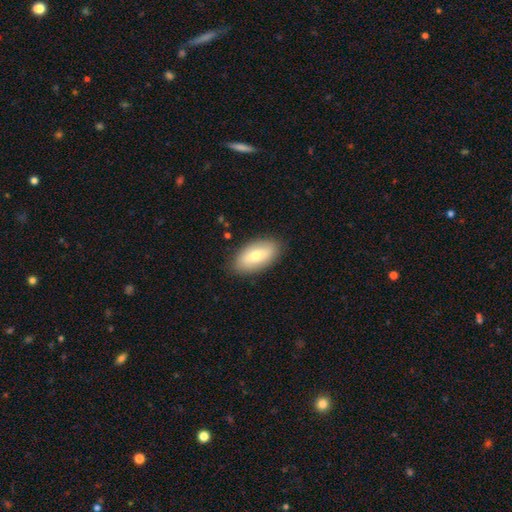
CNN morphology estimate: The model was most divided on "smooth or featured": smooth: 70%, featured or disk: 24%, star or artifact: 6%. More confident: how rounded — in between (93%); merging — none (87%).